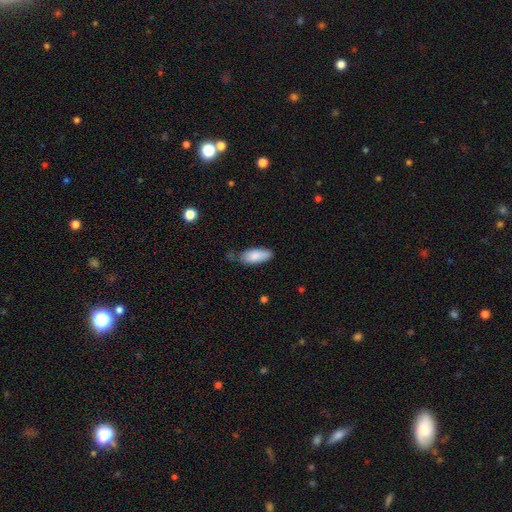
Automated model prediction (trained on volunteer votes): Smooth or featured?
  - smooth: 86% *
  - featured or disk: 8%
  - star or artifact: 6%
How rounded?
  - in between: 83% *
  - cigar-shaped: 15%
  - round: 2%
Merging?
  - none: 60% *
  - minor disturbance: 30%
  - major disturbance: 6%
  - merger: 3%